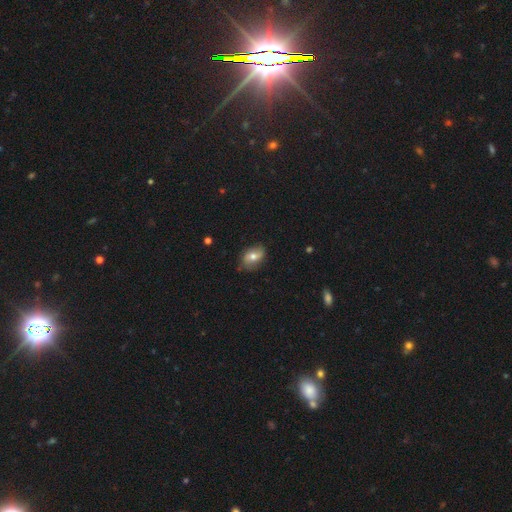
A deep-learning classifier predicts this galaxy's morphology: smooth 46%, featured or disk 37%, star or artifact 17%. Down the decision tree: merging — none (77%).